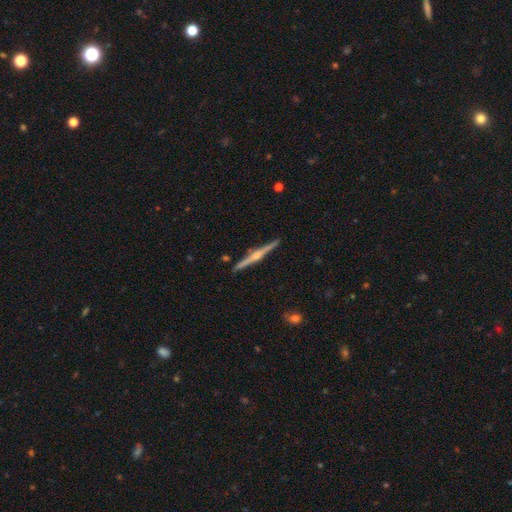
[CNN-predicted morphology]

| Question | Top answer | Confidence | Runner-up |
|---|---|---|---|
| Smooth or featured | featured or disk | 81% | smooth (14%) |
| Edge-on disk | yes | 99% | no (1%) |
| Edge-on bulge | rounded | 83% | boxy (10%) |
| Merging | none | 92% | minor disturbance (6%) |